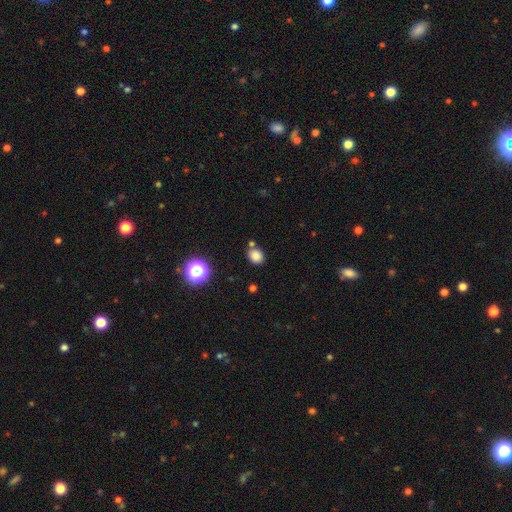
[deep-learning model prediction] smooth-or-featured: smooth: 82% | star or artifact: 14% | featured or disk: 5%
  how-rounded: round: 64% | in between: 35% | cigar-shaped: 1%
  merging: none: 74% | minor disturbance: 12% | merger: 11% | major disturbance: 3%